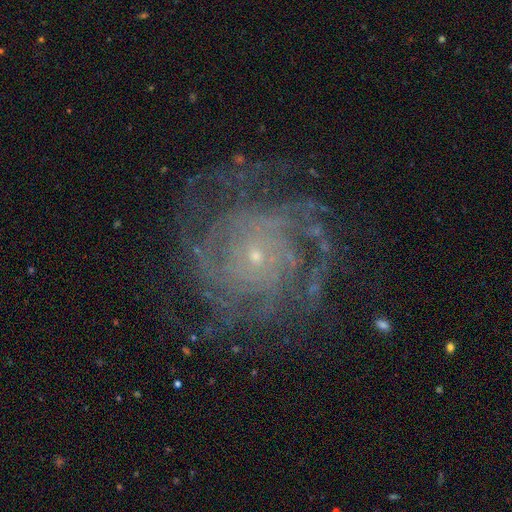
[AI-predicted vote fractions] Overall: featured or disk (82%). Edge-on disk: no (97%). Bar: no (81%). Spiral arms: yes (95%). Spiral arm count: can't tell (30%; more than 4 20%). Spiral winding: tight (68%). Bulge size: small (85%). Merging: none (75%).